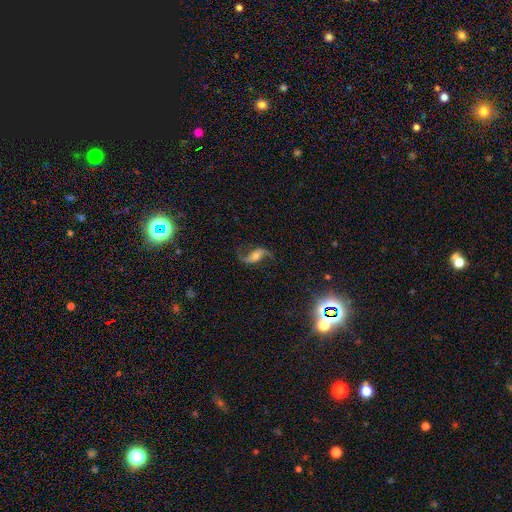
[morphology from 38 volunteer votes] A featured or disk galaxy (84%) with no bar (47%), 2 (97%) loose (84%) spiral arms (100%) and a small central bulge (56%). Merging: none (83%).